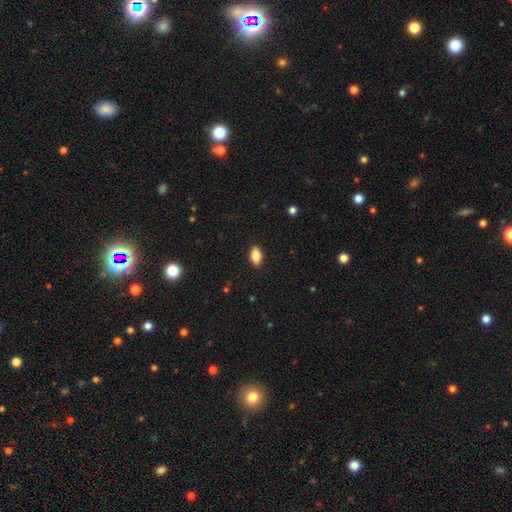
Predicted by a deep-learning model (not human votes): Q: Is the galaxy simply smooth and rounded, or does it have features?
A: smooth — 85%.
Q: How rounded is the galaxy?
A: in between — 92%.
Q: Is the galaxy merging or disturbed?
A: none — 90%.